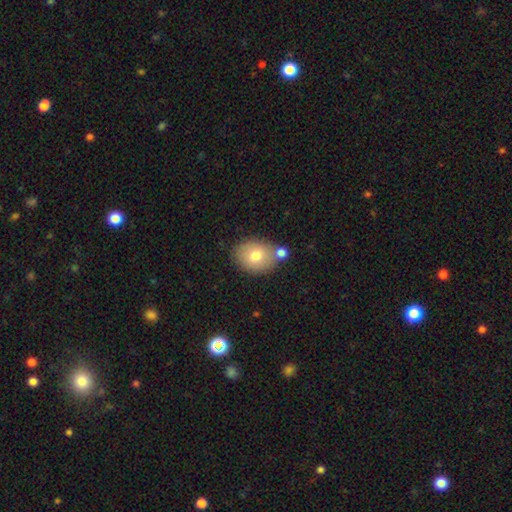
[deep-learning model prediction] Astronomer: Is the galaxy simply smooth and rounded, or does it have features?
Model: smooth — 75%.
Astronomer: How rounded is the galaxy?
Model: in between — 58% (runner-up: round, 41%).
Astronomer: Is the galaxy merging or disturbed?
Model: none — 63%.